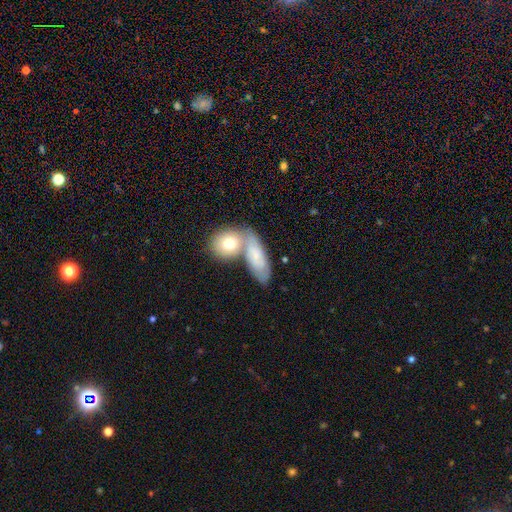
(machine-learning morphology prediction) type=smooth (64%); roundness=in between (73%); merging=merger (44%).